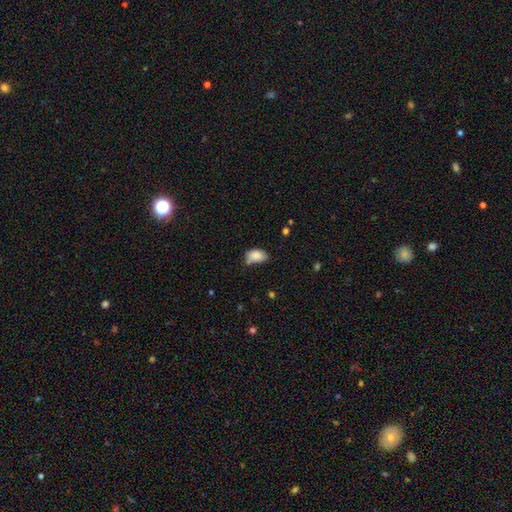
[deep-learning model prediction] smooth_or_featured: smooth (p=0.85) [alt: star or artifact p=0.08]
how_rounded: in between (p=0.89) [alt: round p=0.09]
merging: none (p=0.50) [alt: minor disturbance p=0.34]